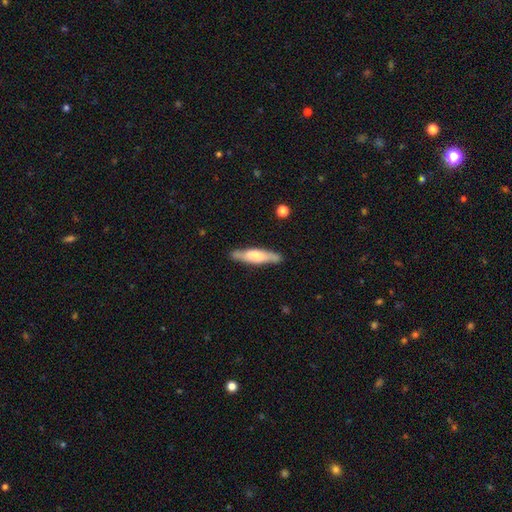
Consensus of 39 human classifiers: Q: Smooth or featured?
A: smooth (49%); runner-up: featured or disk (46%)
Q: How rounded?
A: cigar-shaped (74%); runner-up: in between (26%)
Q: Merging?
A: none (86%); runner-up: minor disturbance (14%)